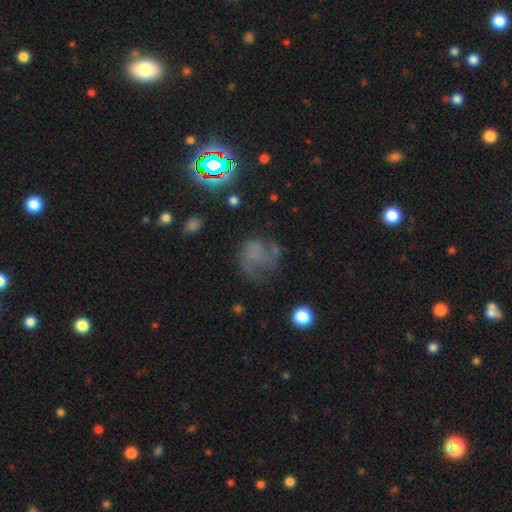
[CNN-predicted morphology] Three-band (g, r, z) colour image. It shows a featured or disk galaxy (40%). Merging: none (46%).